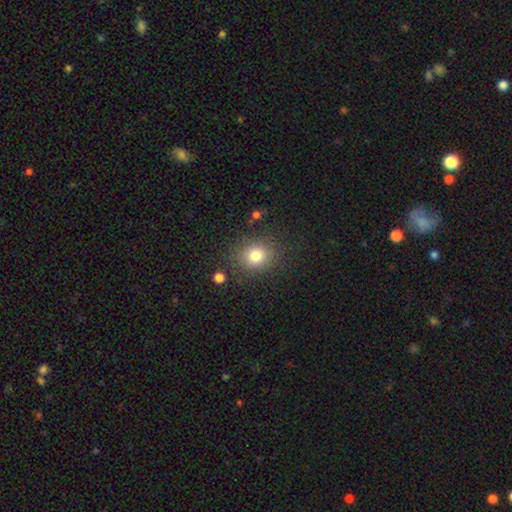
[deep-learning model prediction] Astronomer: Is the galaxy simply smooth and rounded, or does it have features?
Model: smooth — 79%.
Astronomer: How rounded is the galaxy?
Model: round — 72%.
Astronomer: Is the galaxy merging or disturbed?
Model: none — 83%.